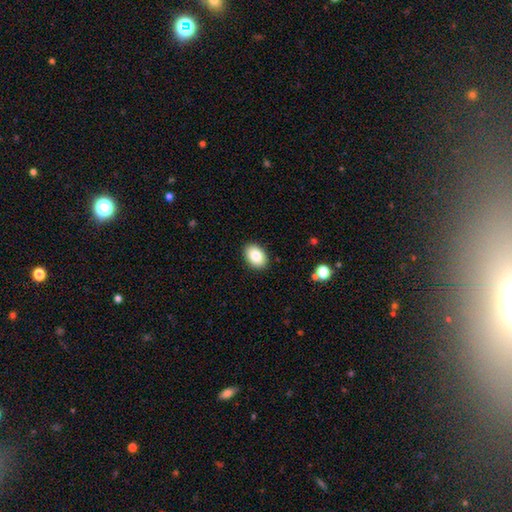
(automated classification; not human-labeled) This appears to be a smooth galaxy with no disk features (84%) that is in between round and cigar-shaped (83%). Merging: none (90%).